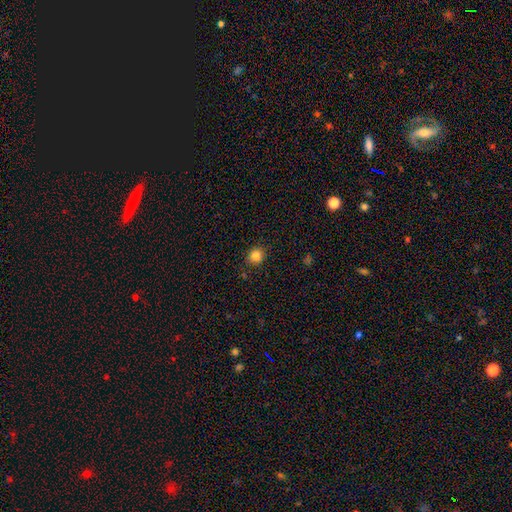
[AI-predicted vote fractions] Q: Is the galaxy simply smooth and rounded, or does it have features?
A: smooth — 83%.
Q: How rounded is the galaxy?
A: round — 82%.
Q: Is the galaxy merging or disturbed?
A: none — 88%.